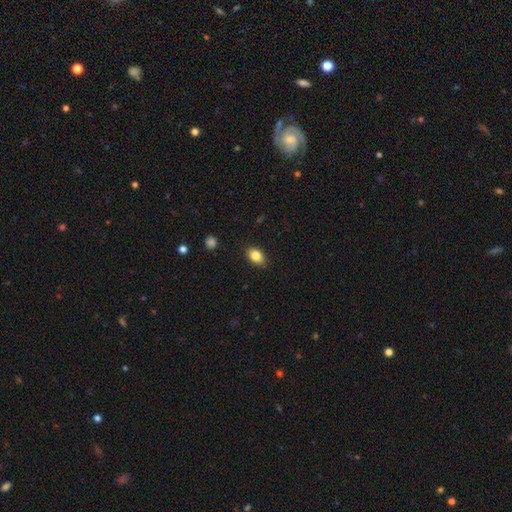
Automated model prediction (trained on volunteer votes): Smooth or featured: smooth — 84% (star or artifact — 8%)
How rounded: in between — 82% (round — 17%)
Merging: none — 86% (minor disturbance — 11%)